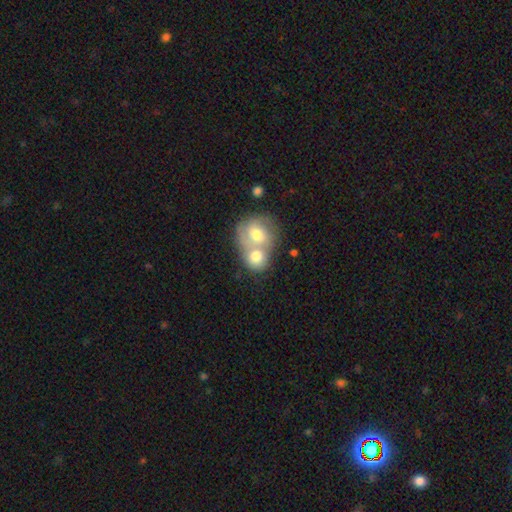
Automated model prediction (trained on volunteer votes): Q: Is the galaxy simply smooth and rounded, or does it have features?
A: smooth — 58%.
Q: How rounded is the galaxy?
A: round — 70%.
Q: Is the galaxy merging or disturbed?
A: merger — 70%.